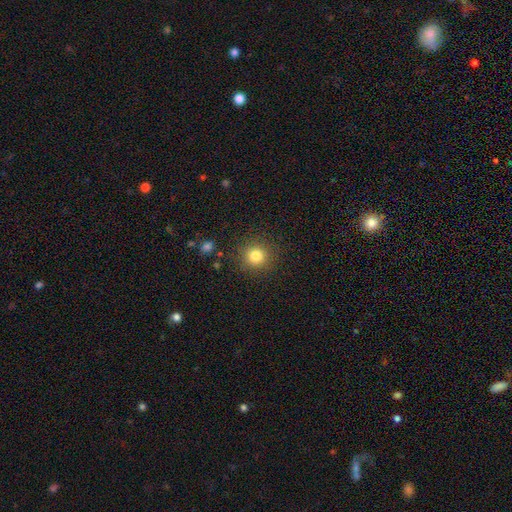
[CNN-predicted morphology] Smooth or featured: smooth — 81% (star or artifact — 13%)
How rounded: round — 93% (in between — 6%)
Merging: none — 89% (minor disturbance — 7%)